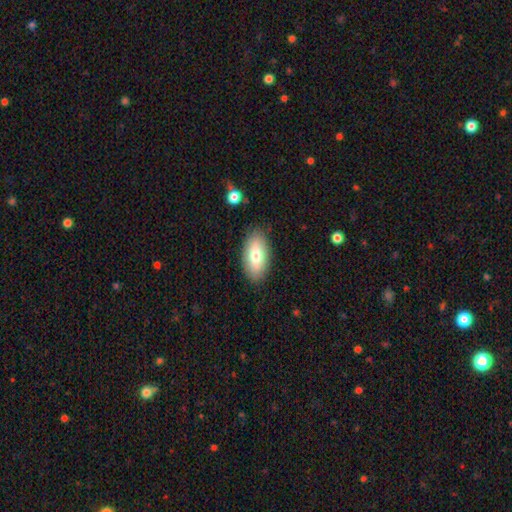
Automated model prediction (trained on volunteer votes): Smooth or featured: smooth — 74% (featured or disk — 19%)
How rounded: in between — 92% (cigar-shaped — 4%)
Merging: none — 86% (minor disturbance — 10%)